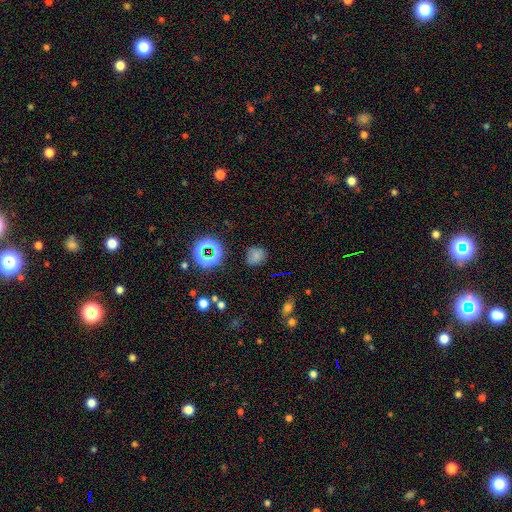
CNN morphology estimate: smooth 68%, star or artifact 24%, featured or disk 8%. Down the decision tree: how rounded — round (76%); merging — none (79%).